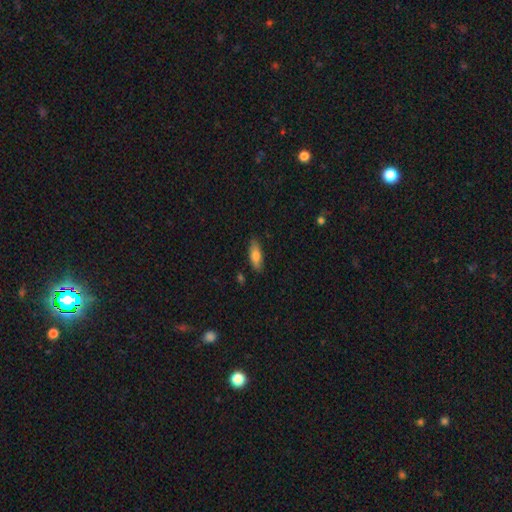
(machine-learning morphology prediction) Overall: smooth (75%). How rounded: in between (66%; cigar-shaped 32%). Merging: none (83%).